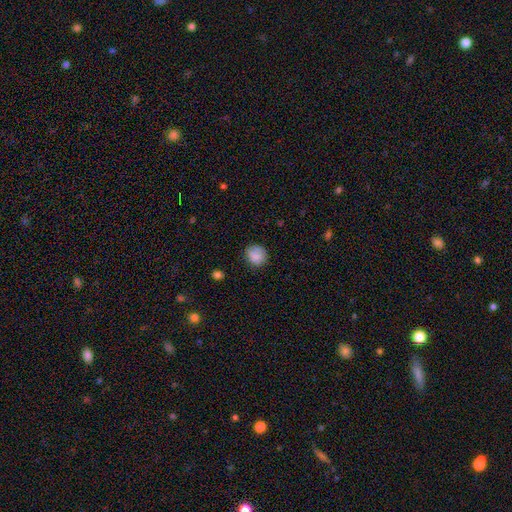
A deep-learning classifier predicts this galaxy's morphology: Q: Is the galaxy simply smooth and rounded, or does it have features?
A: smooth — 87%.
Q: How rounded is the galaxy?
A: round — 80%.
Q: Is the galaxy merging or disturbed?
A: none — 80%.